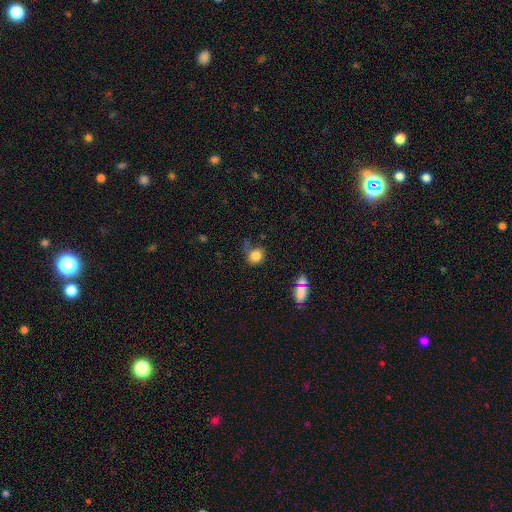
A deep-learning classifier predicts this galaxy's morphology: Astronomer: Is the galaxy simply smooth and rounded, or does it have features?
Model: smooth — 81%.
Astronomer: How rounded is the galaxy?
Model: round — 70%.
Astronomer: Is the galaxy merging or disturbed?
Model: none — 53%.